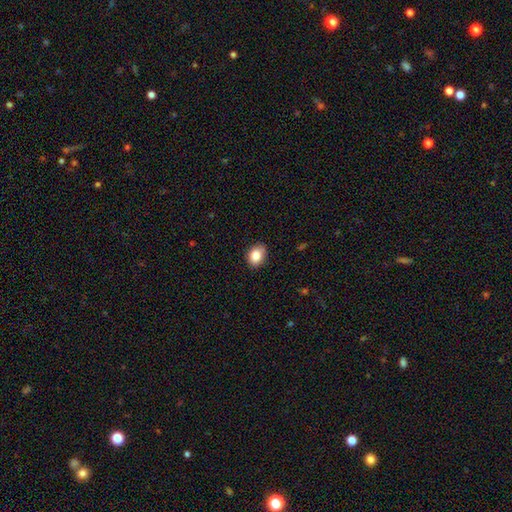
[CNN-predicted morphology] Overall: smooth (85%). How rounded: in between (60%; round 39%). Merging: none (83%).